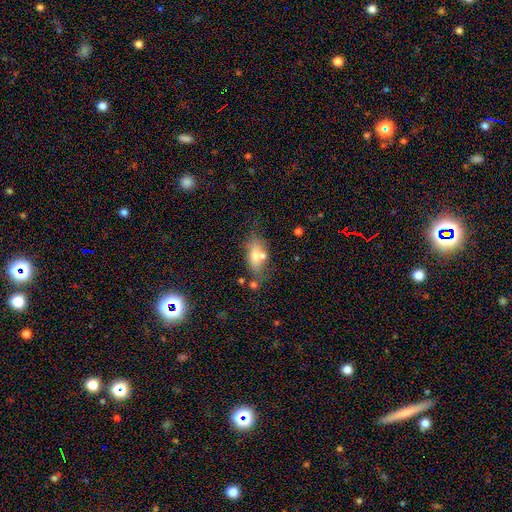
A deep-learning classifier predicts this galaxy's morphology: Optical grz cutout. It shows a smooth galaxy with no disk features (64%) that is in between round and cigar-shaped (81%). Merging: none (53%).